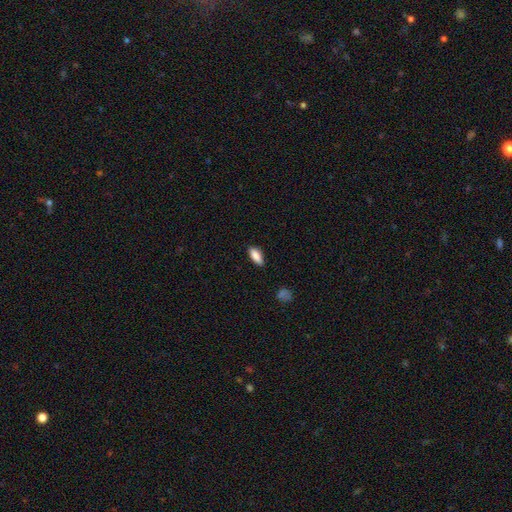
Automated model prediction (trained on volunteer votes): This appears to be a smooth galaxy with no disk features (87%) that is in between round and cigar-shaped (78%). Merging: none (83%).